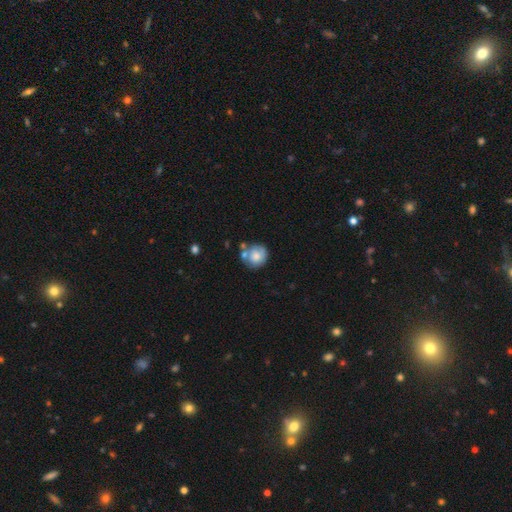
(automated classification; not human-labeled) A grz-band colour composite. It shows a smooth galaxy with no disk features (70%) that is round (85%). Merging: none (52%).